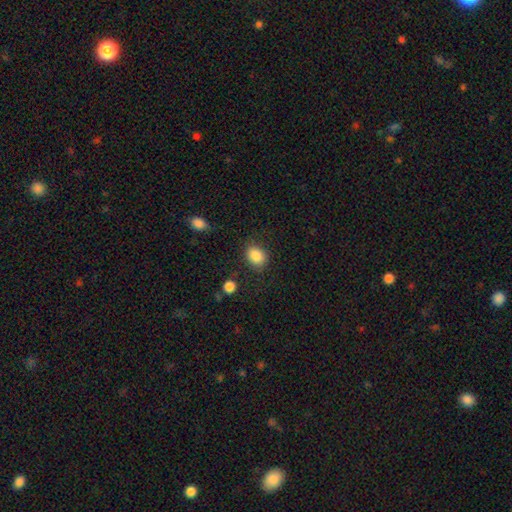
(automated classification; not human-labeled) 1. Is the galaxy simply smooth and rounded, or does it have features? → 87% smooth, 9% star or artifact, 5% featured or disk.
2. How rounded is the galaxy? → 54% in between, 45% round, 1% cigar-shaped.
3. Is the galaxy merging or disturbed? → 79% none, 14% minor disturbance, 5% major disturbance, 3% merger.